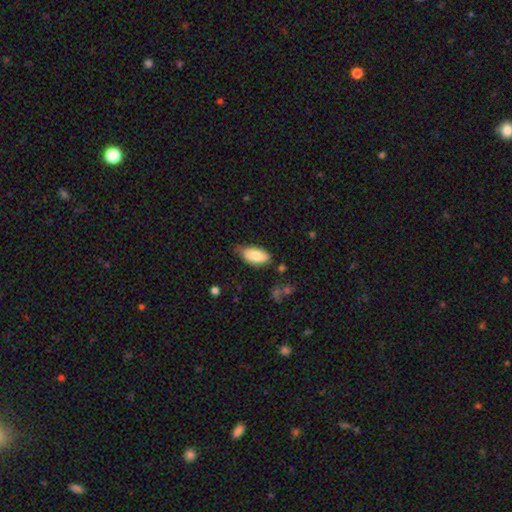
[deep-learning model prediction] The model was most divided on "merging": none: 61%, minor disturbance: 32%, major disturbance: 5%, merger: 2%. More confident: how rounded — in between (92%); smooth or featured — smooth (81%).